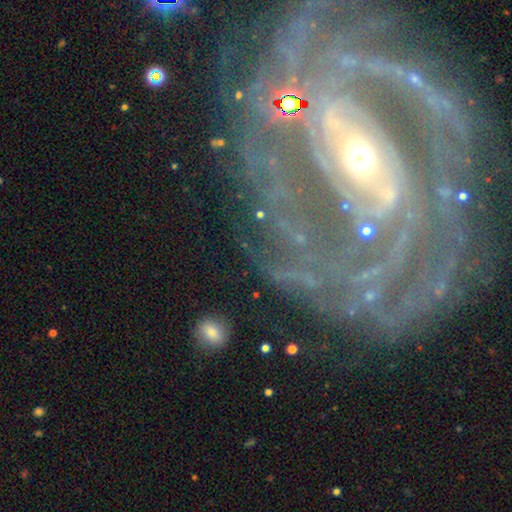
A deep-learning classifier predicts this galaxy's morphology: Overall: featured or disk (88%). Edge-on disk: no (96%). Bar: strong (38%; weak 33%). Spiral arms: yes (95%). Spiral arm count: 2 (30%; can't tell 22%). Spiral winding: tight (62%; medium 30%). Bulge size: moderate (47%; small 45%). Merging: none (70%).